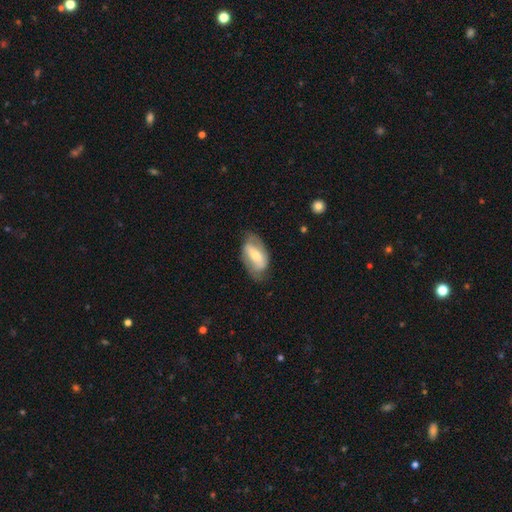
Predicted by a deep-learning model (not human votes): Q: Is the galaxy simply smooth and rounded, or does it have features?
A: featured or disk — 57%.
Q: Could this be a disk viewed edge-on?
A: no — 90%.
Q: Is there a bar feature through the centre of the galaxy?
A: strong — 52%.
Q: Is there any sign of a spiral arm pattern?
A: yes — 57%.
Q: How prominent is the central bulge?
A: moderate — 47%.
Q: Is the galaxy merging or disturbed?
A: none — 65%.